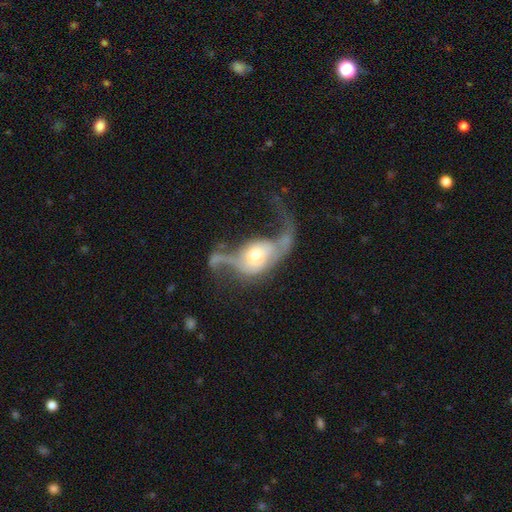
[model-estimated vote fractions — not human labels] smooth-or-featured: featured or disk: 65% | smooth: 28% | star or artifact: 7%
  disk-edge-on: no: 89% | yes: 11%
    bar: no: 69% | weak: 21% | strong: 10%
    has-spiral-arms: yes: 62% | no: 38%
    bulge-size: moderate: 61% | small: 19% | large: 16% | dominant: 3% | none: 2%
  merging: major disturbance: 59% | none: 17% | minor disturbance: 12% | merger: 12%